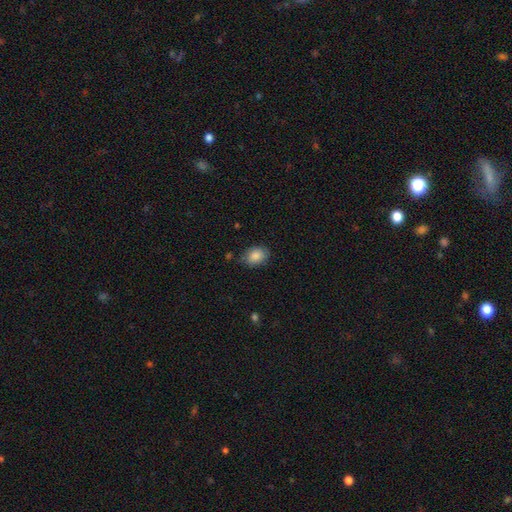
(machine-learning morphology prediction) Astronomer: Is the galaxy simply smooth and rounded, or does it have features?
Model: smooth — 87%.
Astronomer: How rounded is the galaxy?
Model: in between — 70%.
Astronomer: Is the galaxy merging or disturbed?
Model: none — 78%.